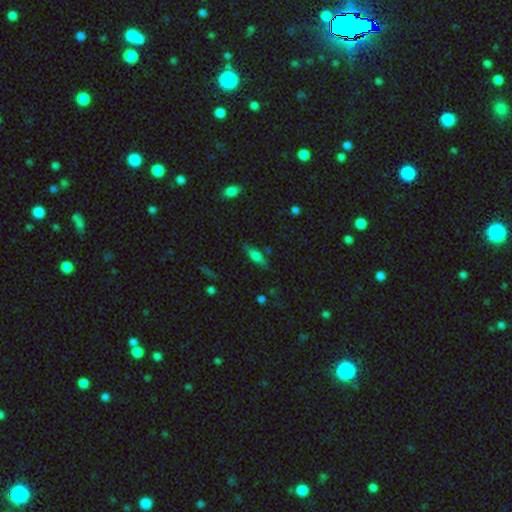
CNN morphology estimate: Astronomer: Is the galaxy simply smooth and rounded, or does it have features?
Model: smooth — 62%.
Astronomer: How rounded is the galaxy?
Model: in between — 52% (runner-up: cigar-shaped, 45%).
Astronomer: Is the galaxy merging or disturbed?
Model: none — 76%.